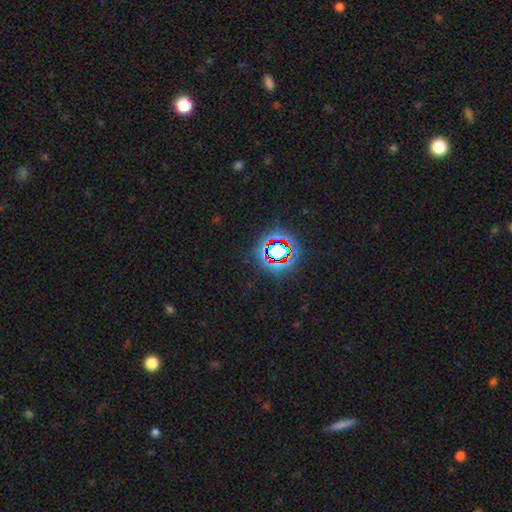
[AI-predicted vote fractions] Overall: star or artifact (78%).